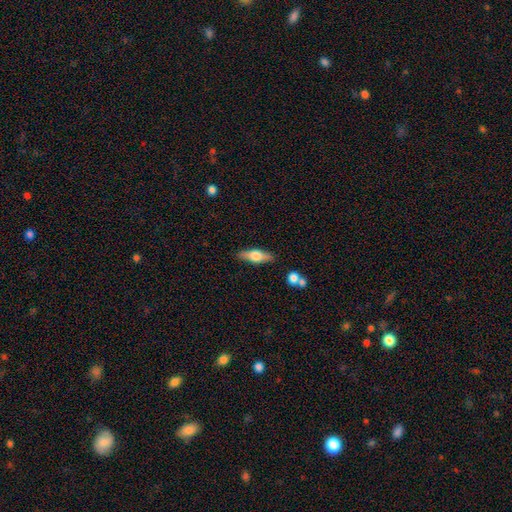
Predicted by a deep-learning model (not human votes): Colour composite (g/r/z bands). It shows a smooth galaxy with no disk features (50%) that is in between round and cigar-shaped (57%). Merging: none (85%).